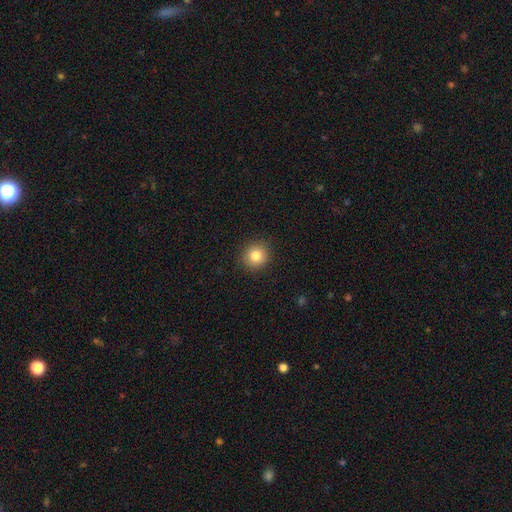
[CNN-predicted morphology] smooth-or-featured: smooth: 82% | star or artifact: 11% | featured or disk: 7%
  how-rounded: round: 88% | in between: 11% | cigar-shaped: 1%
  merging: none: 91% | minor disturbance: 6% | major disturbance: 2% | merger: 1%